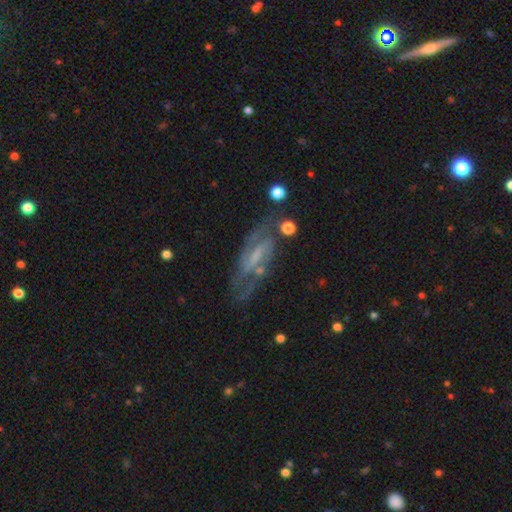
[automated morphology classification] smooth-or-featured: featured or disk: 80% | smooth: 12% | star or artifact: 8%
  disk-edge-on: no: 89% | yes: 11%
    bar: weak: 44% | strong: 36% | no: 20%
    has-spiral-arms: yes: 90% | no: 10%
      spiral-winding: medium: 50% | tight: 29% | loose: 21%
      spiral-arm-count: 2: 76% | can't tell: 14% | 3: 4% | 1: 3% | 4: 2% | more than 4: 2%
    bulge-size: small: 39% | none: 34% | moderate: 22% | large: 4% | dominant: 1%
  merging: none: 66% | minor disturbance: 19% | major disturbance: 11% | merger: 5%